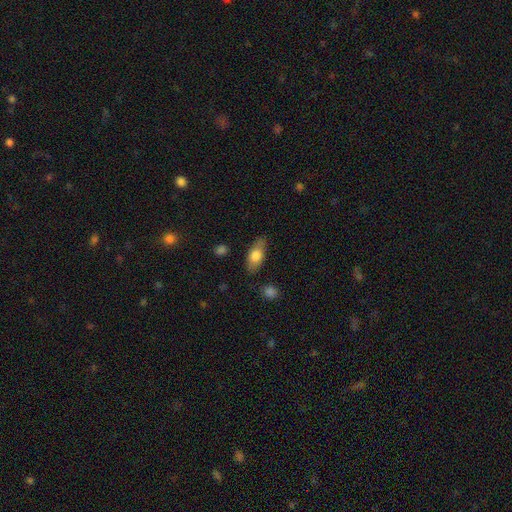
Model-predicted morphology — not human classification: type=smooth (75%); roundness=in between (84%); merging=none (81%).